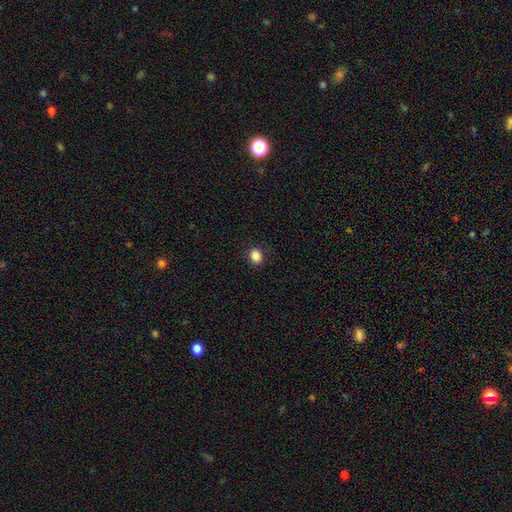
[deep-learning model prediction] Morphology: type=smooth (87%); roundness=round (64%); merging=none (89%).